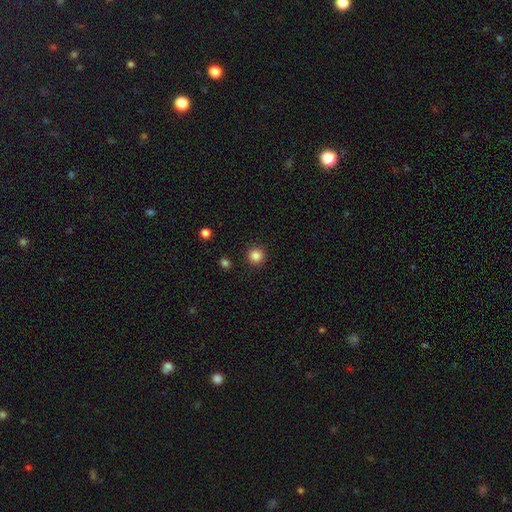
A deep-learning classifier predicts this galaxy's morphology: This is clearly a smooth galaxy (85%). How rounded: clearly round (95%). Merging: clearly none (92%).